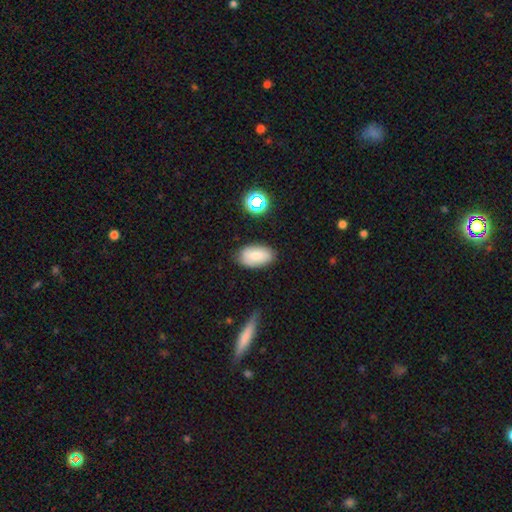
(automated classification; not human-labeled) Smooth or featured? smooth (75%)
How rounded? in between (93%)
Merging? none (80%)